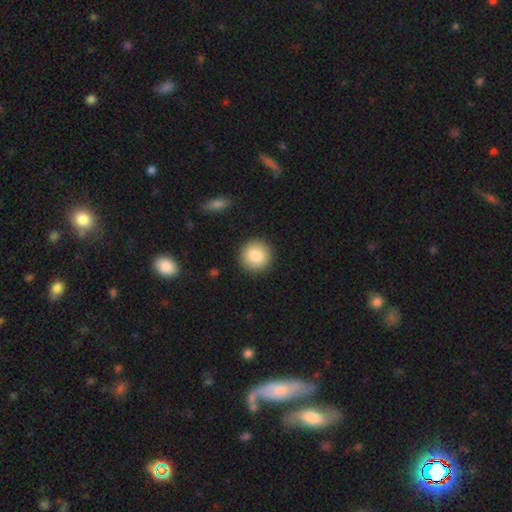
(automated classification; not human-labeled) Smooth or featured?
  - smooth: 84% *
  - featured or disk: 8%
  - star or artifact: 8%
How rounded?
  - round: 94% *
  - in between: 5%
  - cigar-shaped: 1%
Merging?
  - none: 92% *
  - minor disturbance: 5%
  - major disturbance: 2%
  - merger: 1%